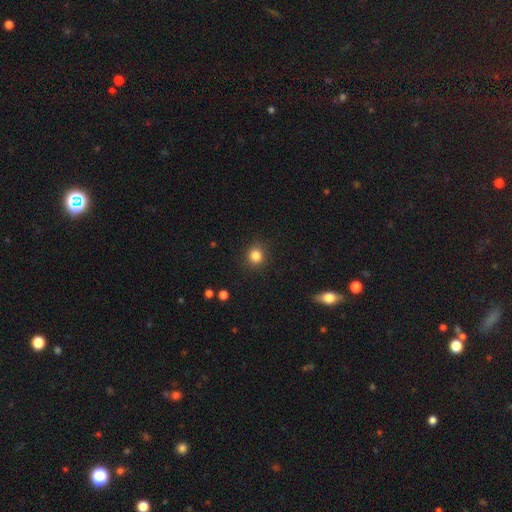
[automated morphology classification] Smooth or featured? Predicted: smooth (p=0.84). How rounded? Predicted: round (p=0.87). Merging? Predicted: none (p=0.89).